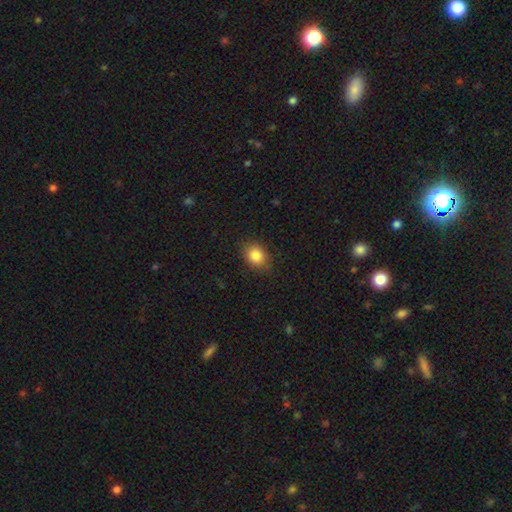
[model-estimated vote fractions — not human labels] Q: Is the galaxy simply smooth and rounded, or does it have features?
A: smooth — 85%.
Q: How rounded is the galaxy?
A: in between — 56%.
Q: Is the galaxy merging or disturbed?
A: none — 84%.